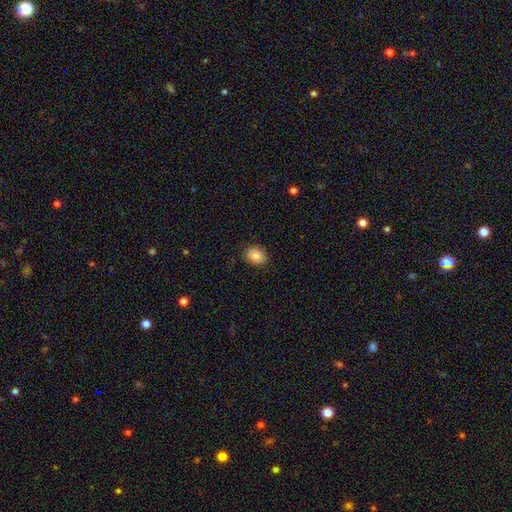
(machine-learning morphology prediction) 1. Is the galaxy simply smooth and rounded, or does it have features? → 87% smooth, 8% star or artifact, 5% featured or disk.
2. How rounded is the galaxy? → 65% in between, 34% round, 1% cigar-shaped.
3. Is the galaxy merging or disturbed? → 87% none, 9% minor disturbance, 2% major disturbance, 1% merger.